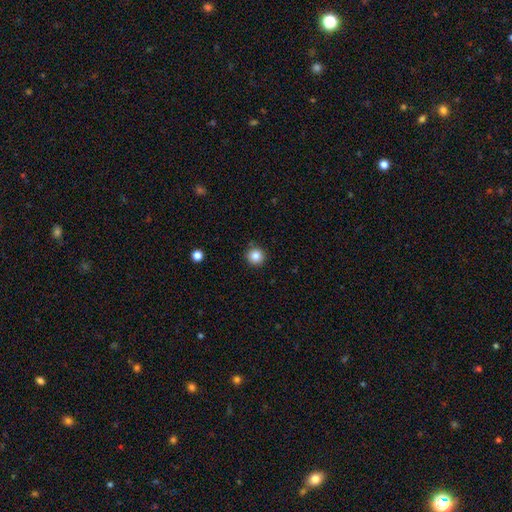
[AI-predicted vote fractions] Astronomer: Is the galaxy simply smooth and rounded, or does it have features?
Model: smooth — 84%.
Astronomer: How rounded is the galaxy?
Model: round — 95%.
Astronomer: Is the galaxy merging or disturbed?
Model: none — 90%.